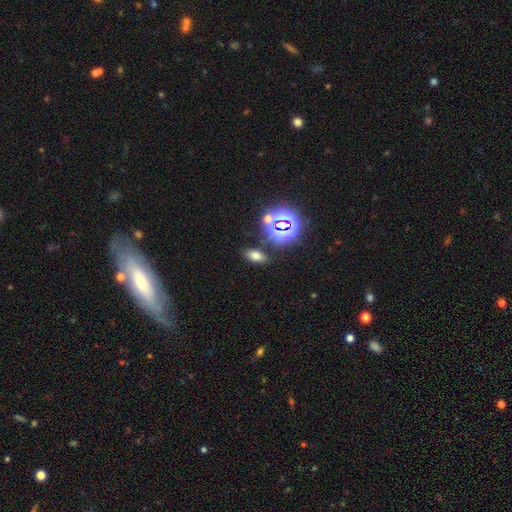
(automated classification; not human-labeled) smooth_or_featured: smooth (p=0.60) [alt: star or artifact p=0.28]
how_rounded: in between (p=0.81) [alt: round p=0.10]
merging: none (p=0.83) [alt: minor disturbance p=0.09]